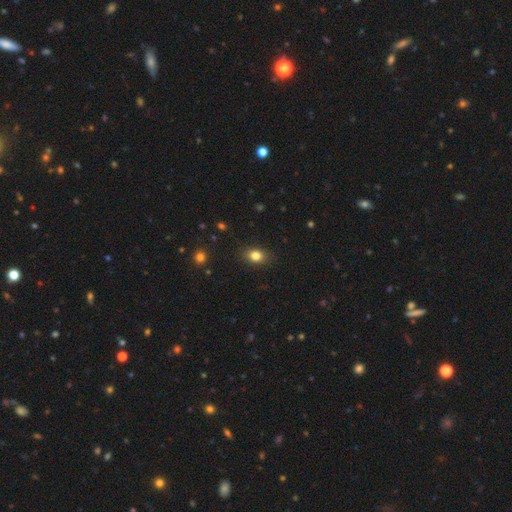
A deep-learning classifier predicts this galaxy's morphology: Smooth or featured? Predicted: smooth (p=0.82). How rounded? Predicted: in between (p=0.64). Merging? Predicted: none (p=0.86).